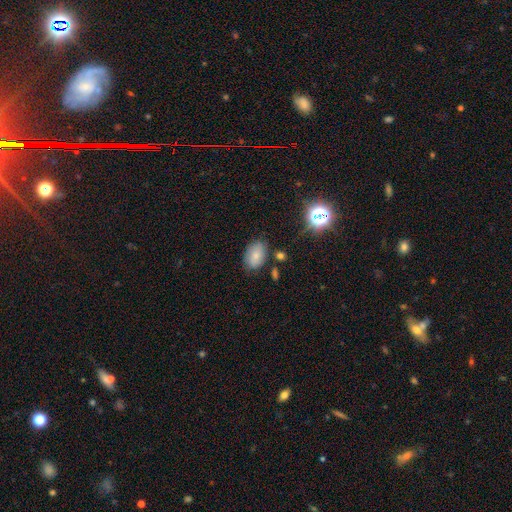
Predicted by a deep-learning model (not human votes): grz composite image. It shows a smooth galaxy with no disk features (79%) that is in between round and cigar-shaped (88%). Merging: none (77%).